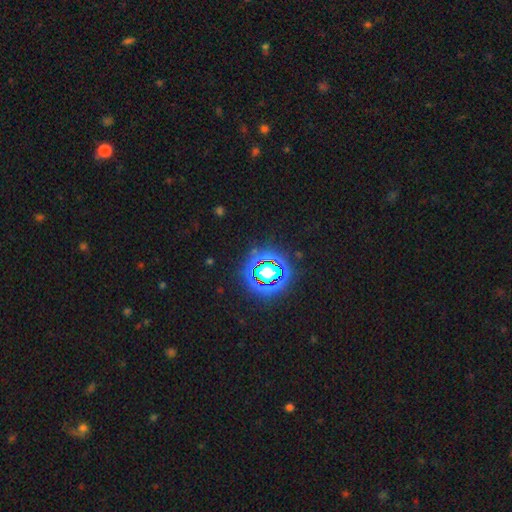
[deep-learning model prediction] Q: Smooth or featured?
A: star or artifact (82%); runner-up: smooth (12%)